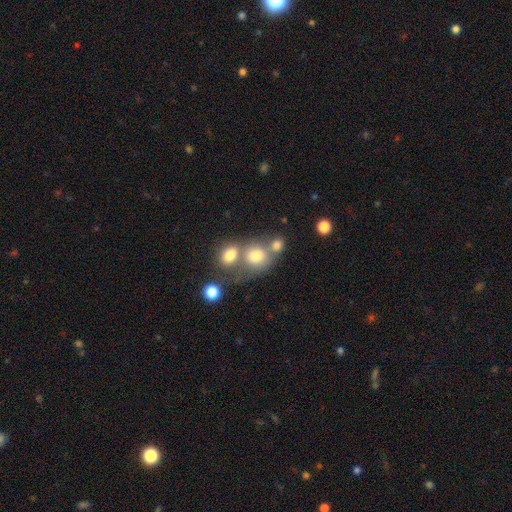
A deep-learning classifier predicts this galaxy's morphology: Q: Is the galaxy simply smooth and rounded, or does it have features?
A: smooth — 74%.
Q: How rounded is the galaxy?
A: round — 64%.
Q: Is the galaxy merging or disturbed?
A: merger — 49%.